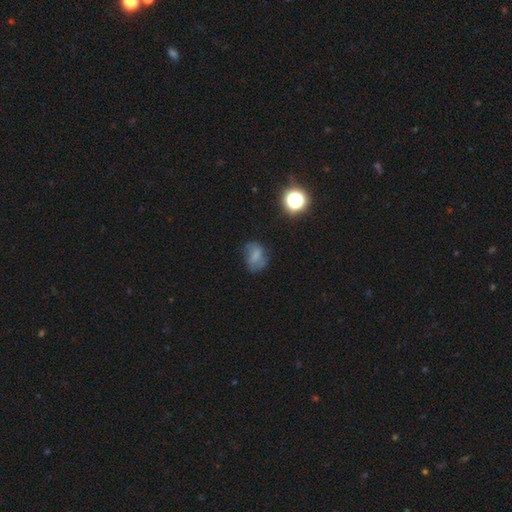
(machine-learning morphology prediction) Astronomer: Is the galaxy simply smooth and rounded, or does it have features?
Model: smooth — 61%.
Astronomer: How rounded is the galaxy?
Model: in between — 64%.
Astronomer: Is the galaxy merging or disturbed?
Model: none — 54%.